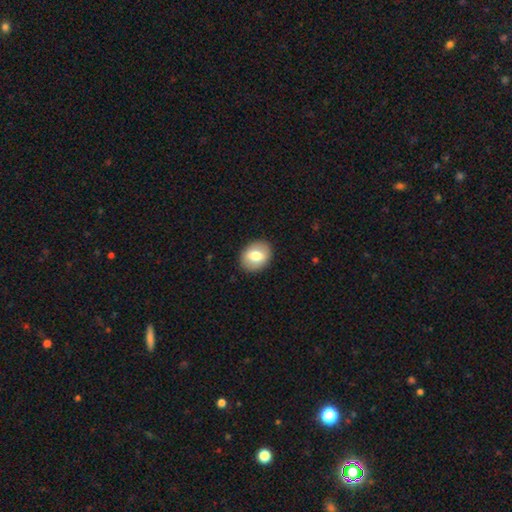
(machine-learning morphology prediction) This is likely a smooth galaxy (73%). How rounded: possibly in between (59%). Merging: clearly none (90%).